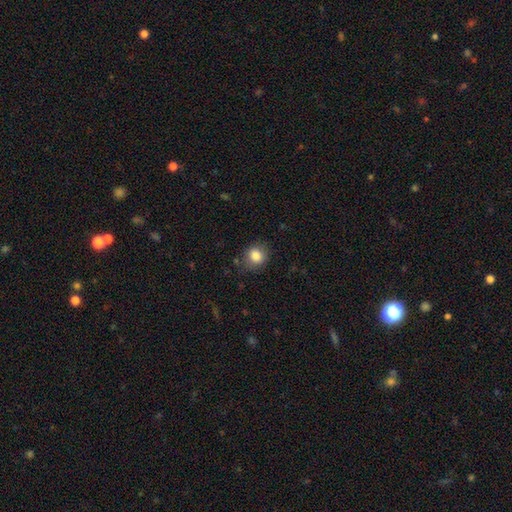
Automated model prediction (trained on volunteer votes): Smooth or featured? smooth (84%)
How rounded? round (77%)
Merging? none (80%)